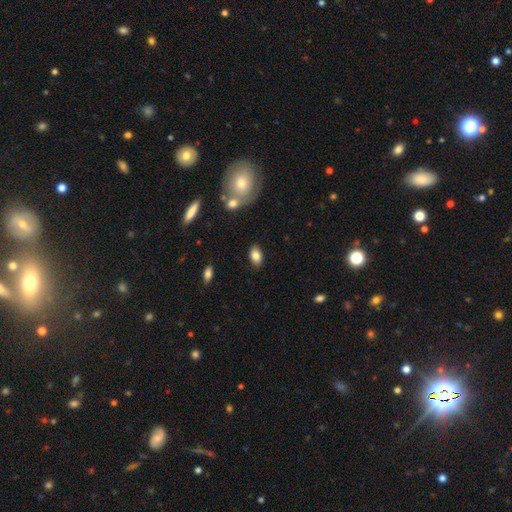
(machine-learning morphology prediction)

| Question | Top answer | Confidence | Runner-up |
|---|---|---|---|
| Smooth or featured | smooth | 84% | featured or disk (9%) |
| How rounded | in between | 88% | round (10%) |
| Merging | none | 85% | minor disturbance (11%) |